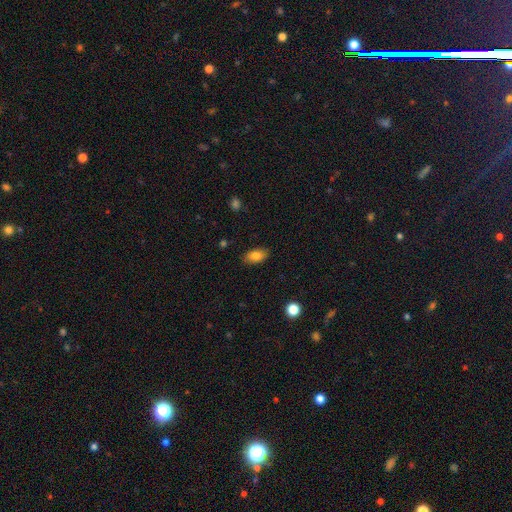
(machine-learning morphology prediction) Smooth or featured? smooth (81%)
How rounded? in between (90%)
Merging? none (86%)